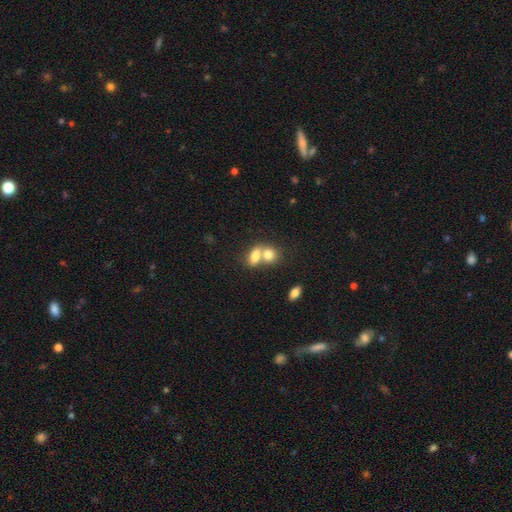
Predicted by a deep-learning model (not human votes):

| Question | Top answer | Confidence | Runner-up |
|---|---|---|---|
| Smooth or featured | smooth | 78% | featured or disk (14%) |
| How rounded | in between | 73% | round (22%) |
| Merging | merger | 64% | none (25%) |